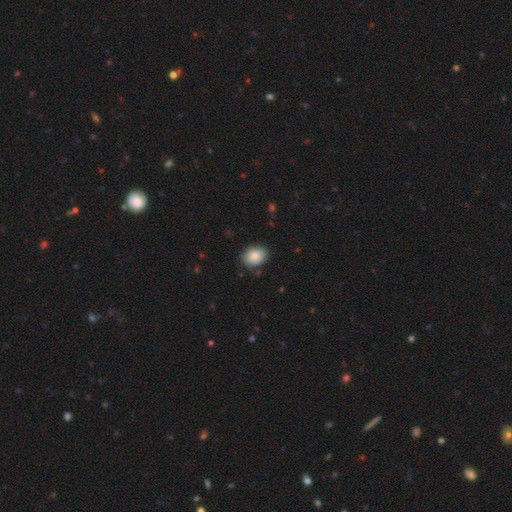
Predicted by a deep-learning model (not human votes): A smooth galaxy with no disk features (86%) that is in between round and cigar-shaped (64%).

Vote fractions:
- Smooth or featured? smooth: 86% / star or artifact: 7% / featured or disk: 7%
- How rounded? in between: 64% / round: 35% / cigar-shaped: 1%
- Merging? none: 82% / minor disturbance: 14% / major disturbance: 3% / merger: 1%